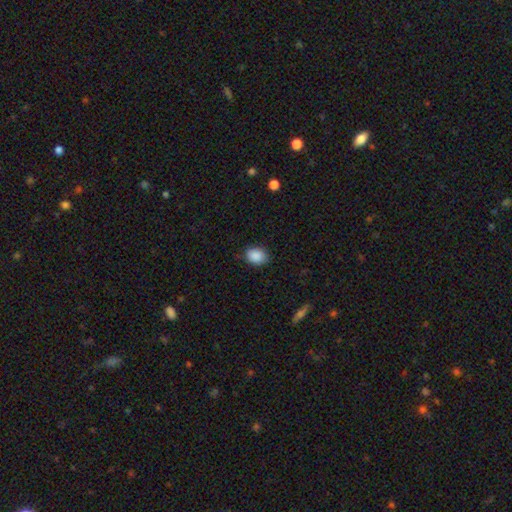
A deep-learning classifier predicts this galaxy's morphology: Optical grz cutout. It shows a smooth galaxy with no disk features (89%) that is in between round and cigar-shaped (68%). Merging: none (82%).